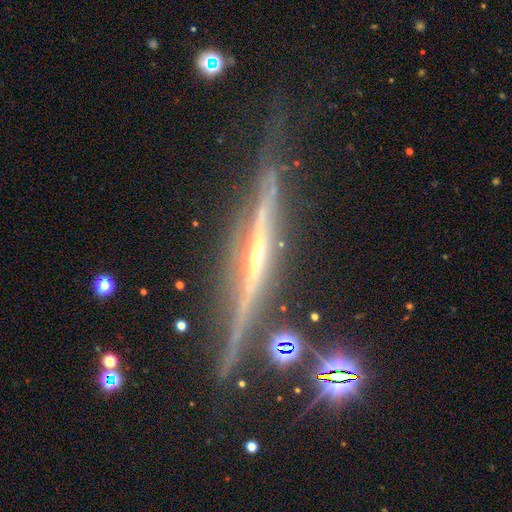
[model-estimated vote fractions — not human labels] smooth-or-featured: featured or disk: 83% | star or artifact: 9% | smooth: 8%
  disk-edge-on: yes: 95% | no: 5%
    edge-on-bulge: rounded: 45% | none: 44% | boxy: 10%
  merging: none: 76% | minor disturbance: 16% | major disturbance: 5% | merger: 3%